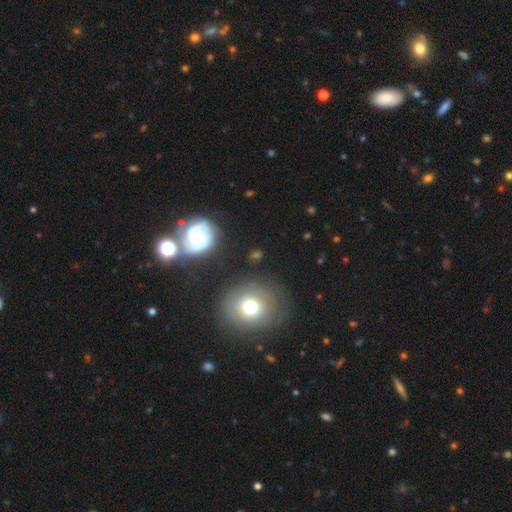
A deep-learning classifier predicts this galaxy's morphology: Smooth or featured? Predicted: smooth (p=0.40). Merging? Predicted: none (p=0.71).